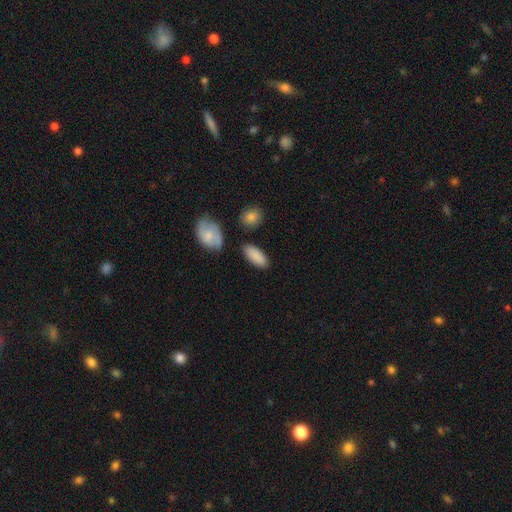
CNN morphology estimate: Q: Smooth or featured?
A: smooth (87%); runner-up: featured or disk (7%)
Q: How rounded?
A: in between (86%); runner-up: cigar-shaped (11%)
Q: Merging?
A: none (81%); runner-up: minor disturbance (12%)